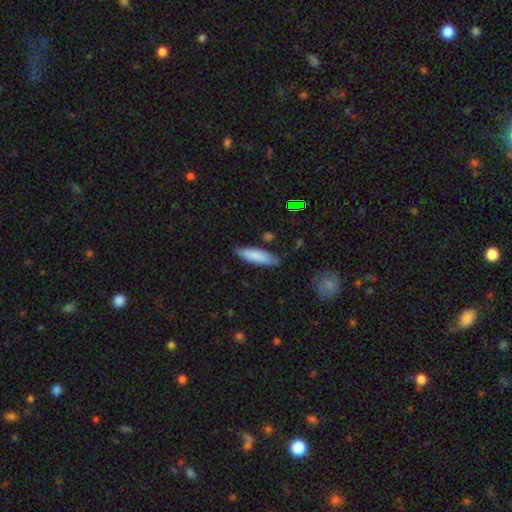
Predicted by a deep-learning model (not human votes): Morphology: type=smooth (82%); roundness=cigar-shaped (58%); merging=none (77%).